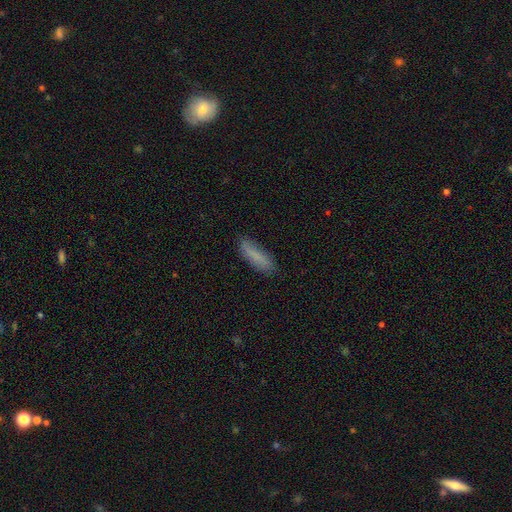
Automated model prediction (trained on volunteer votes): The model was most divided on "how rounded": cigar-shaped: 69%, in between: 30%, round: 2%. More confident: smooth or featured — smooth (81%); merging — none (79%).